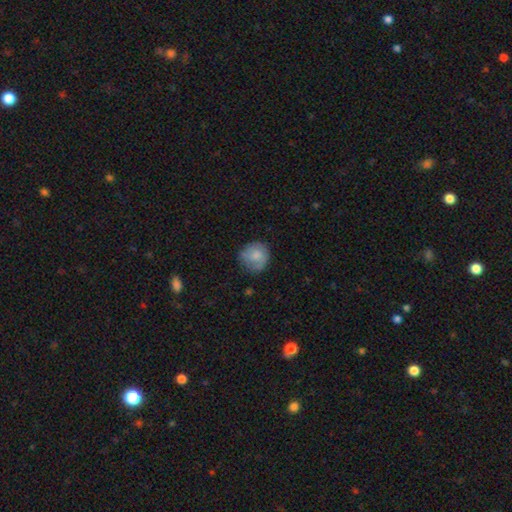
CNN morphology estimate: Overall: smooth (73%). How rounded: round (88%). Merging: none (69%).